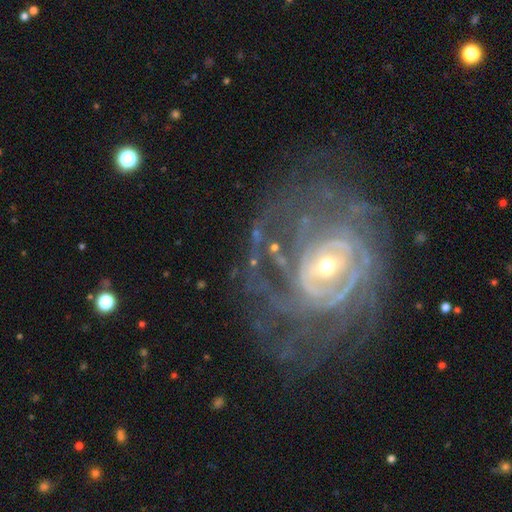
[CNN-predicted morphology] featured or disk 87%, star or artifact 7%, smooth 6%. Down the decision tree: edge-on disk — no (97%); bar — no (44%); spiral arms — yes (90%); spiral arm count — can't tell (44%); spiral winding — tight (67%); bulge size — small (55%); merging — none (60%).